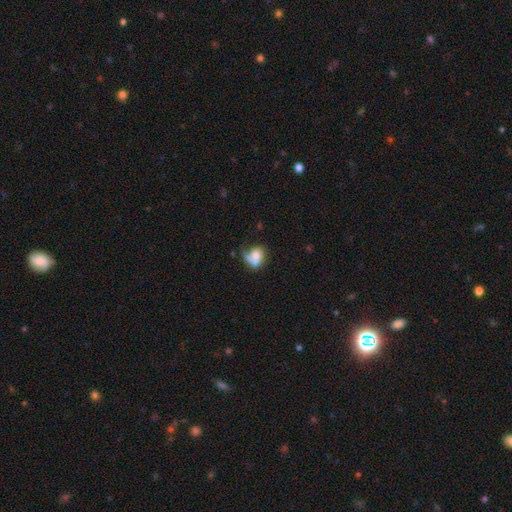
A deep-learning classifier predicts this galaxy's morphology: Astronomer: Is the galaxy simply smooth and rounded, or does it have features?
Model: smooth — 59%.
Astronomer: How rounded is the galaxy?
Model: round — 51% (runner-up: in between, 48%).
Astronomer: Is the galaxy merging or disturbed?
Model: none — 31%, tied with merger at 31%.